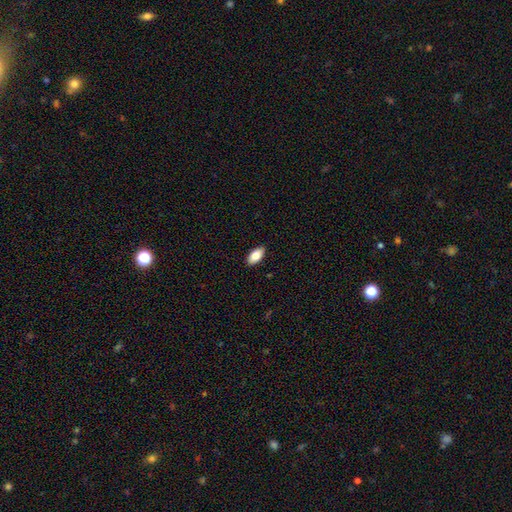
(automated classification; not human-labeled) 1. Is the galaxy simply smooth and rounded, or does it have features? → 82% smooth, 12% featured or disk, 7% star or artifact.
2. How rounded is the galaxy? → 92% in between, 5% cigar-shaped, 3% round.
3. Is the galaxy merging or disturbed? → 89% none, 8% minor disturbance, 2% major disturbance, 1% merger.